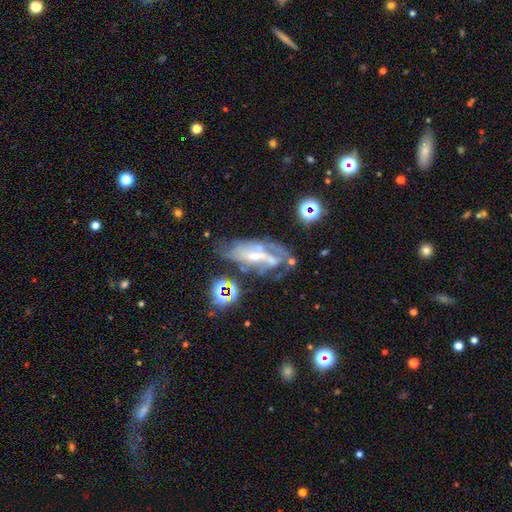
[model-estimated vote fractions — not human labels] A featured or disk galaxy (72%) with no bar (42%), spiral arms (72%) and a small central bulge (57%).

Vote fractions:
- Smooth or featured? featured or disk: 72% / smooth: 15% / star or artifact: 13%
- Edge-on disk? no: 85% / yes: 15%
- Bar? no: 42% / weak: 35% / strong: 23%
- Spiral arms? yes: 72% / no: 28%
- Bulge size? small: 57% / moderate: 30% / none: 9% / large: 3% / dominant: 1%
- Merging? none: 48% / minor disturbance: 23% / major disturbance: 20% / merger: 9%